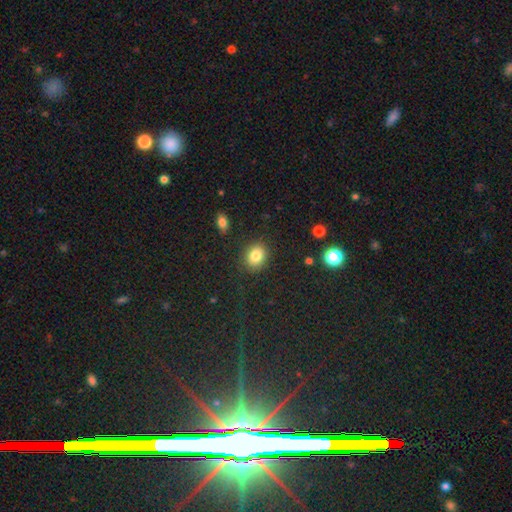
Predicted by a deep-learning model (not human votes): Overall: smooth (84%). How rounded: round (56%; in between 42%). Merging: none (86%).